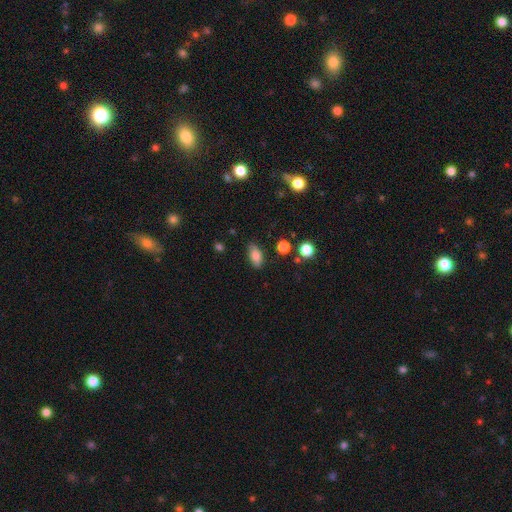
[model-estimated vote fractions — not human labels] The model was most divided on "merging": none: 82%, minor disturbance: 13%, major disturbance: 3%, merger: 2%. More confident: how rounded — in between (85%); smooth or featured — smooth (81%).